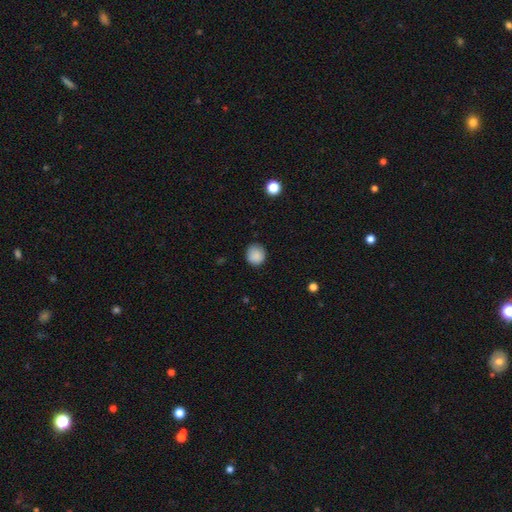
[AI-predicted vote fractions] Morphology: type=smooth (86%); roundness=round (89%); merging=none (83%).